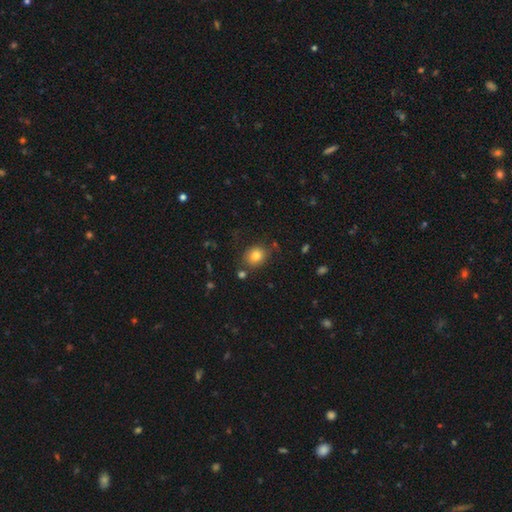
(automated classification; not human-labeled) Overall: smooth (80%). How rounded: round (64%; in between 35%). Merging: none (79%).